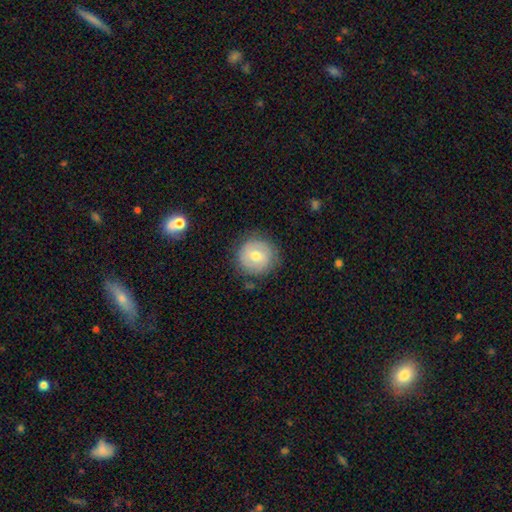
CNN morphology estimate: Smooth or featured?
  - smooth: 62% *
  - featured or disk: 30%
  - star or artifact: 8%
How rounded?
  - round: 93% *
  - in between: 6%
  - cigar-shaped: 1%
Merging?
  - none: 82% *
  - minor disturbance: 12%
  - major disturbance: 4%
  - merger: 2%